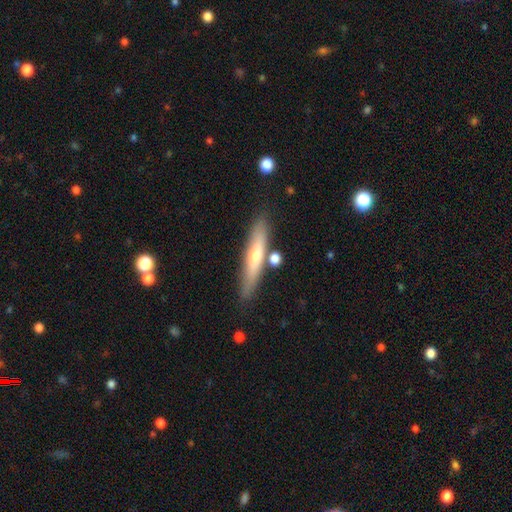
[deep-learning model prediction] Smooth or featured: smooth — 47% (featured or disk — 46%)
Merging: none — 81% (minor disturbance — 11%)